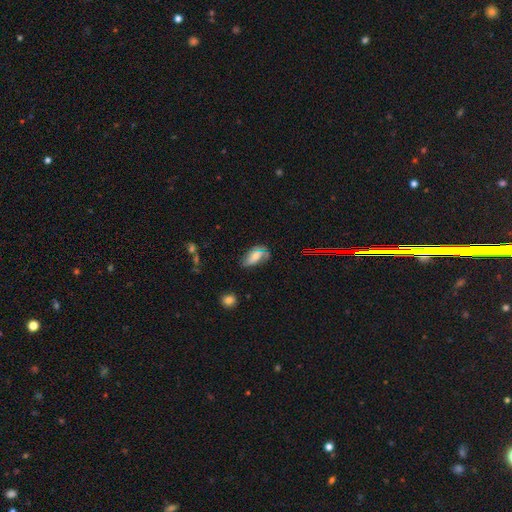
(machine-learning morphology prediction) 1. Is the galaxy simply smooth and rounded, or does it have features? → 49% featured or disk, 39% smooth, 12% star or artifact.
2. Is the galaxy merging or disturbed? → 51% none, 30% minor disturbance, 17% major disturbance, 3% merger.